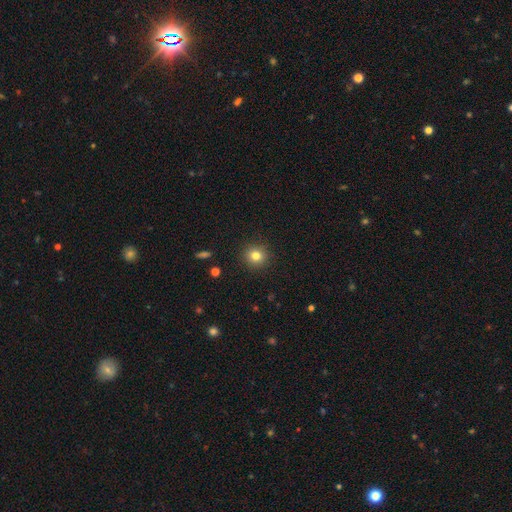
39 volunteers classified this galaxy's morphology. A smooth galaxy with no disk features (92%) that is round (92%). Merging: none (97%).